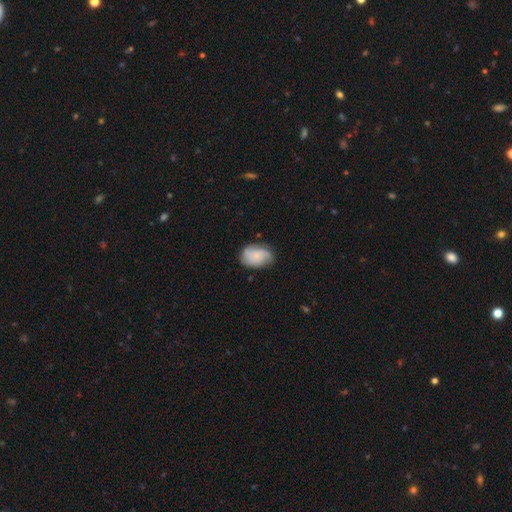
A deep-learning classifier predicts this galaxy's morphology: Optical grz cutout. It shows a smooth galaxy with no disk features (48%). Merging: none (67%).